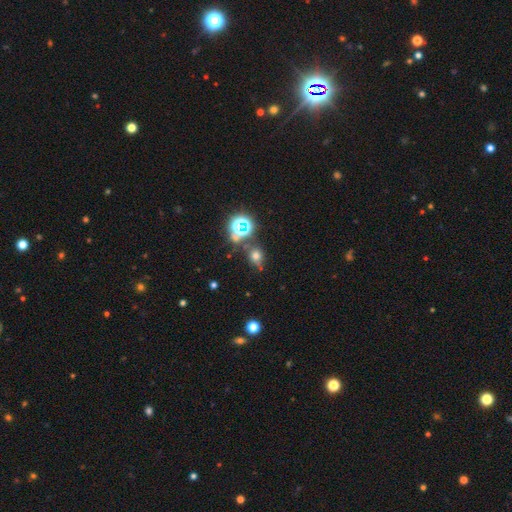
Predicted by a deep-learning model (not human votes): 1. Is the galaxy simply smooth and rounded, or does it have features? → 59% smooth, 31% star or artifact, 10% featured or disk.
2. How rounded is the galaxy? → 70% round, 28% in between, 2% cigar-shaped.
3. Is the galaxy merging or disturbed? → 70% none, 15% minor disturbance, 10% merger, 6% major disturbance.